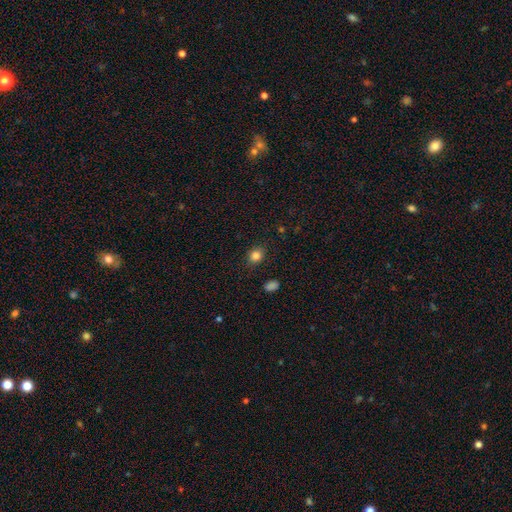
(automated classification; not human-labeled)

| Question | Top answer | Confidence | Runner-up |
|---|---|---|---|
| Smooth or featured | smooth | 84% | star or artifact (12%) |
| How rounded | round | 64% | in between (35%) |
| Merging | none | 86% | minor disturbance (10%) |